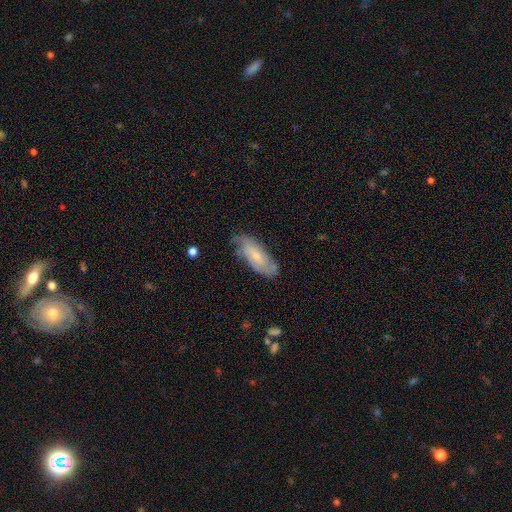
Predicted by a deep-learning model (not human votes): Overall: featured or disk (51%; smooth 42%). Edge-on disk: no (86%). Merging: none (68%).